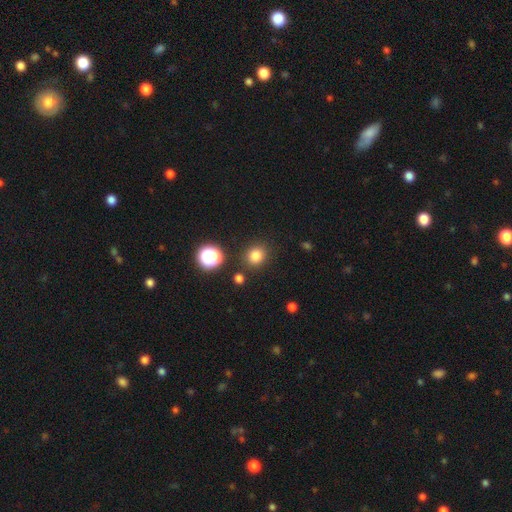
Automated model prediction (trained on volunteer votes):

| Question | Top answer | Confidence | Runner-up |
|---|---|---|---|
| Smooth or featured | smooth | 80% | star or artifact (15%) |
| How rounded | round | 81% | in between (18%) |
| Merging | none | 85% | minor disturbance (8%) |